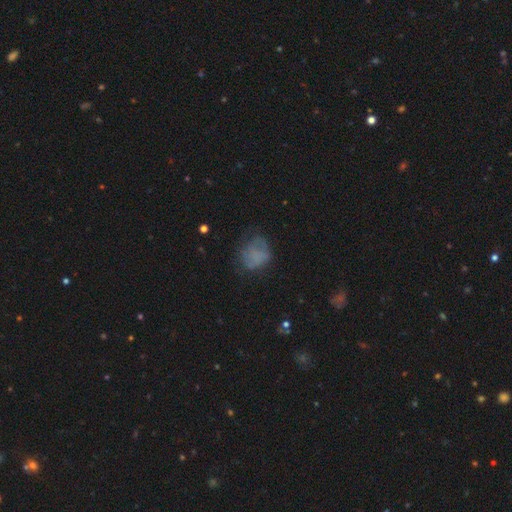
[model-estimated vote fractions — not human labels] Q: Smooth or featured?
A: smooth (62%); runner-up: featured or disk (23%)
Q: How rounded?
A: round (57%); runner-up: in between (41%)
Q: Merging?
A: none (48%); runner-up: minor disturbance (28%)